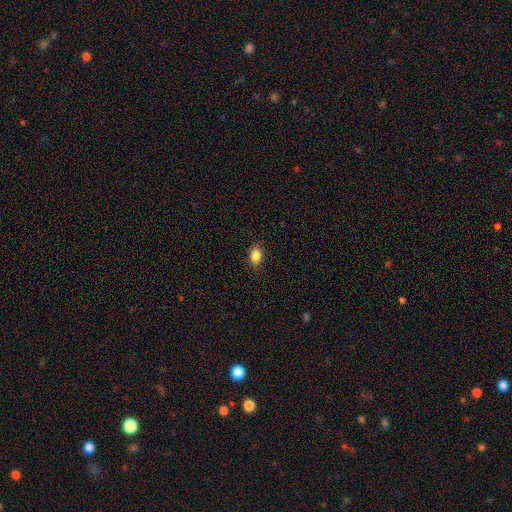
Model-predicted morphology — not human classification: A smooth galaxy with no disk features (87%) that is in between round and cigar-shaped (79%). Merging: none (87%).